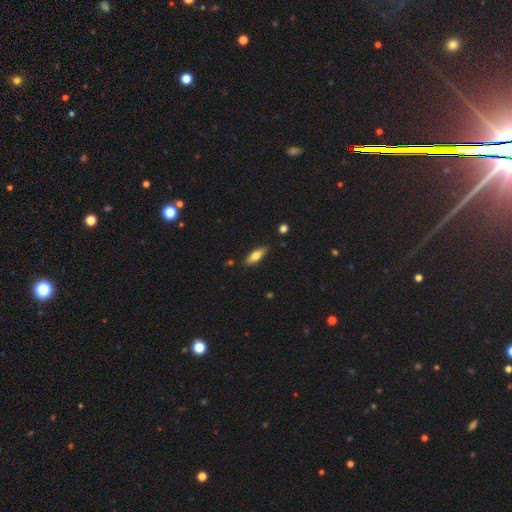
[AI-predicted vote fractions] A smooth galaxy with no disk features (67%) that is in between round and cigar-shaped (54%). Merging: none (85%).